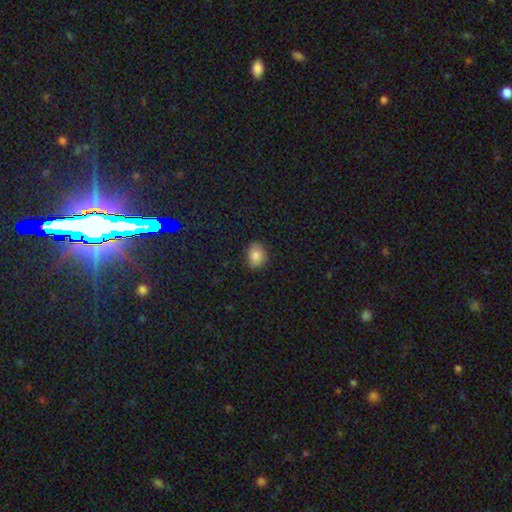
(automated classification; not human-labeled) smooth 82%, star or artifact 10%, featured or disk 8%. Down the decision tree: how rounded — round (51%); merging — none (77%).